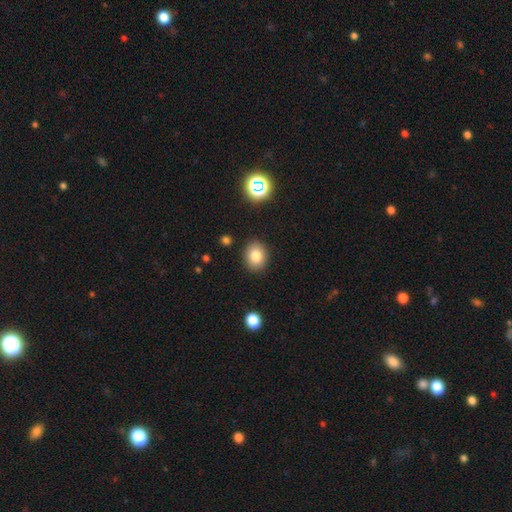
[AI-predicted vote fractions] Q: Smooth or featured?
A: smooth (82%); runner-up: star or artifact (11%)
Q: How rounded?
A: round (52%); runner-up: in between (47%)
Q: Merging?
A: none (88%); runner-up: minor disturbance (8%)